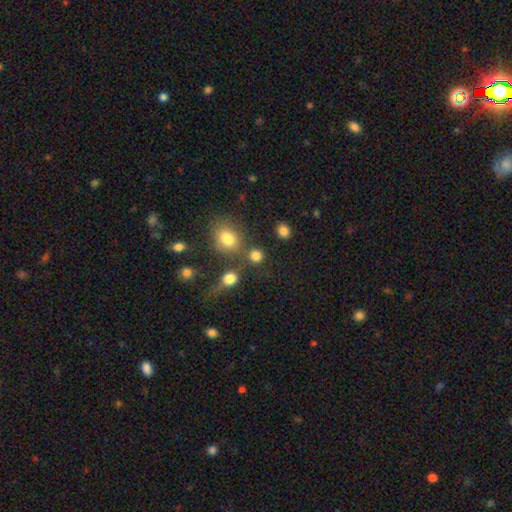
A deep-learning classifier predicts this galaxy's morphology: Smooth or featured?
  - smooth: 81% *
  - star or artifact: 13%
  - featured or disk: 6%
How rounded?
  - round: 84% *
  - in between: 14%
  - cigar-shaped: 1%
Merging?
  - none: 70% *
  - merger: 16%
  - minor disturbance: 9%
  - major disturbance: 5%